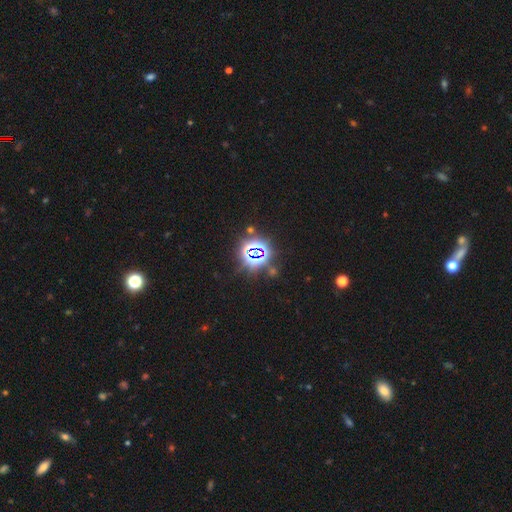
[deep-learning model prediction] Smooth or featured?
  - star or artifact: 78% *
  - smooth: 13%
  - featured or disk: 8%